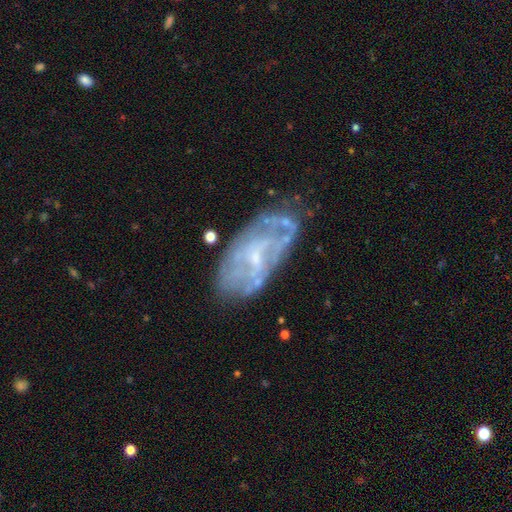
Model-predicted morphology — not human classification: type=featured or disk (73%); edge-on=no (94%); bar=no (59%); spiral arms=yes (57%); bulge=small (65%); merging=none (57%).